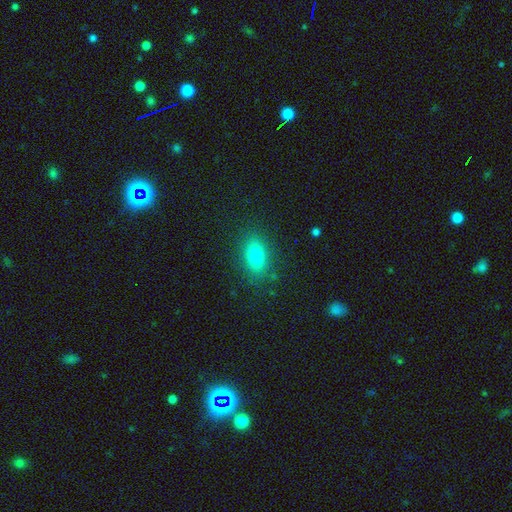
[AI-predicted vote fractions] smooth-or-featured: smooth: 74% | featured or disk: 14% | star or artifact: 12%
  how-rounded: in between: 78% | round: 13% | cigar-shaped: 9%
  merging: none: 67% | minor disturbance: 14% | merger: 14% | major disturbance: 5%